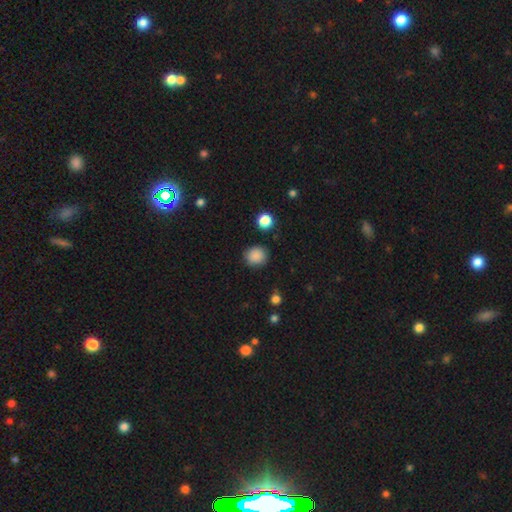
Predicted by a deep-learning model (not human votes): This is clearly a smooth galaxy (87%). How rounded: clearly round (85%). Merging: clearly none (87%).